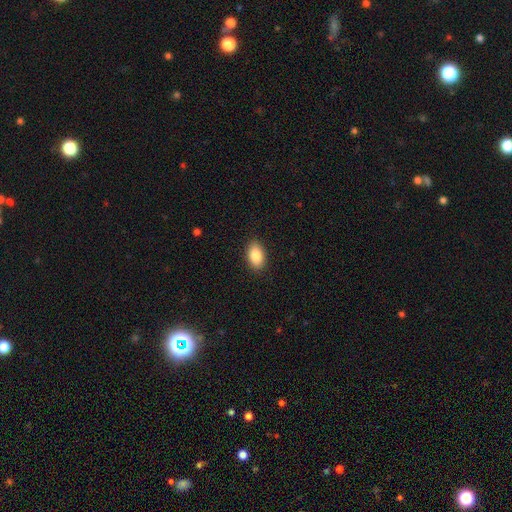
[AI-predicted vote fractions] The model was most divided on "smooth or featured": smooth: 86%, featured or disk: 7%, star or artifact: 7%. More confident: how rounded — in between (92%); merging — none (89%).